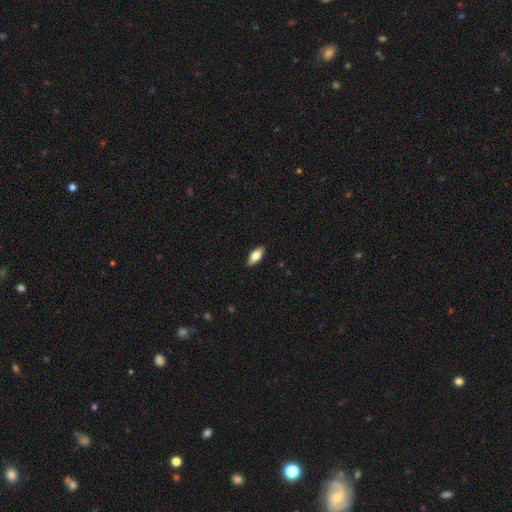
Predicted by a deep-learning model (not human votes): smooth 78%, featured or disk 16%, star or artifact 6%. Down the decision tree: how rounded — in between (84%); merging — none (89%).